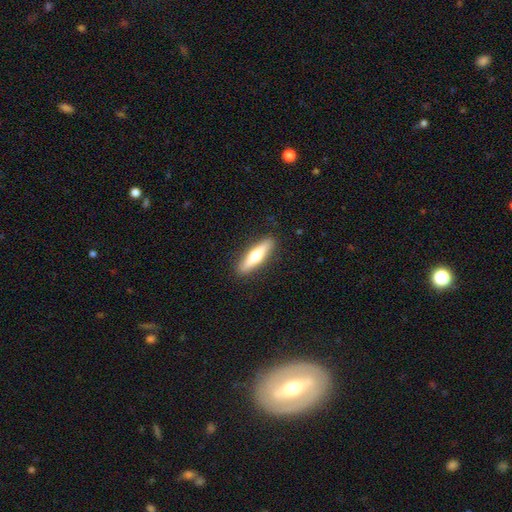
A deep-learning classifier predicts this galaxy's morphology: This is possibly a smooth galaxy (54%). How rounded: likely cigar-shaped (78%). Merging: clearly none (90%).